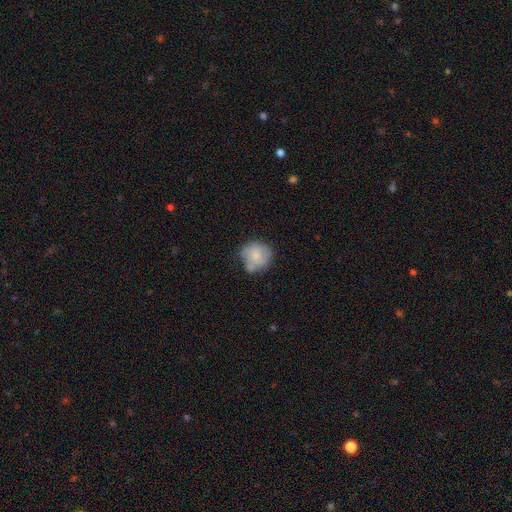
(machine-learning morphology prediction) This is likely a smooth galaxy (65%). How rounded: likely round (80%). Merging: possibly none (47%).